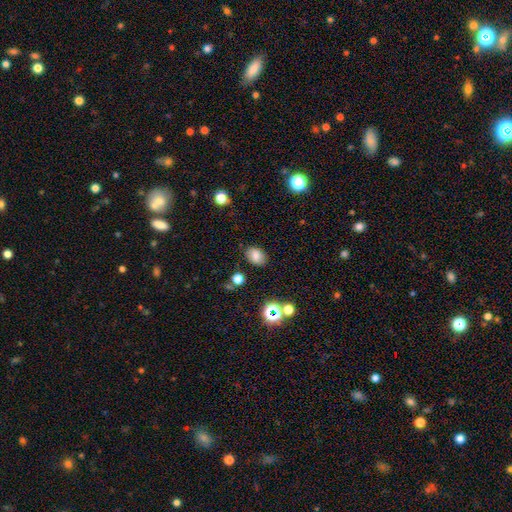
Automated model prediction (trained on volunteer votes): This appears to be a smooth galaxy with no disk features (78%) that is in between round and cigar-shaped (75%). Merging: none (83%).